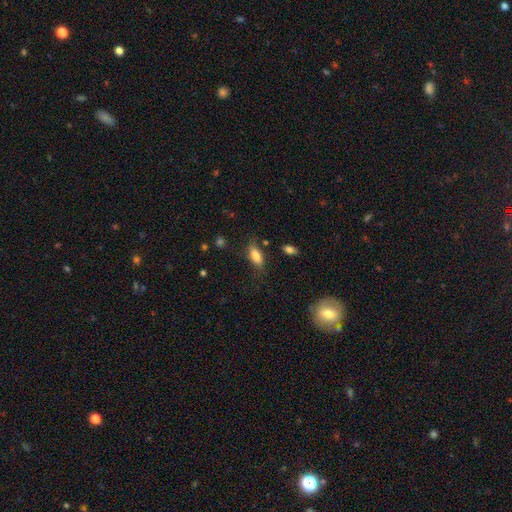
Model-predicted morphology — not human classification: Smooth or featured? smooth (80%)
How rounded? in between (81%)
Merging? none (71%)